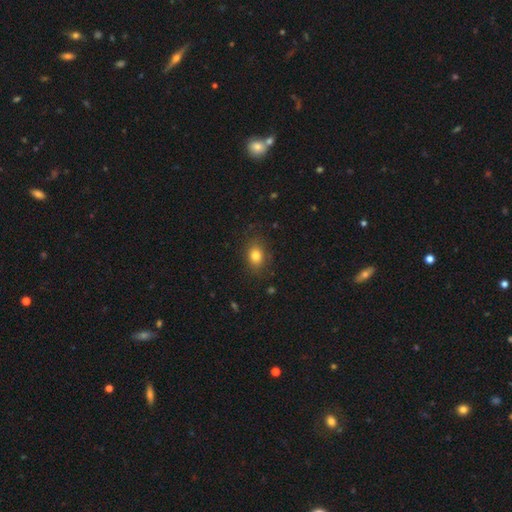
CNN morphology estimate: This appears to be a smooth galaxy with no disk features (81%) that is in between round and cigar-shaped (65%). Merging: none (82%).